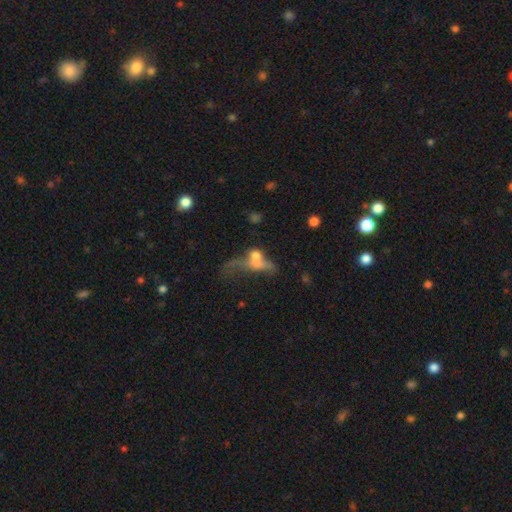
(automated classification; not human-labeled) A smooth galaxy with no disk features (46%).

Vote fractions:
- Smooth or featured? smooth: 46% / featured or disk: 38% / star or artifact: 16%
- Merging? merger: 38% / major disturbance: 36% / none: 16% / minor disturbance: 10%